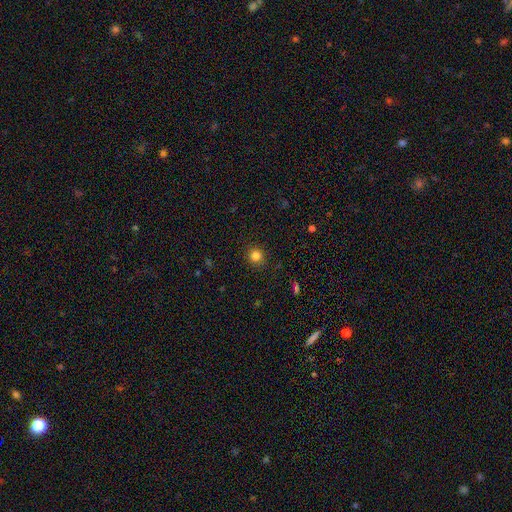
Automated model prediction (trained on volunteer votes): Morphology: type=smooth (84%); roundness=round (90%); merging=none (89%).